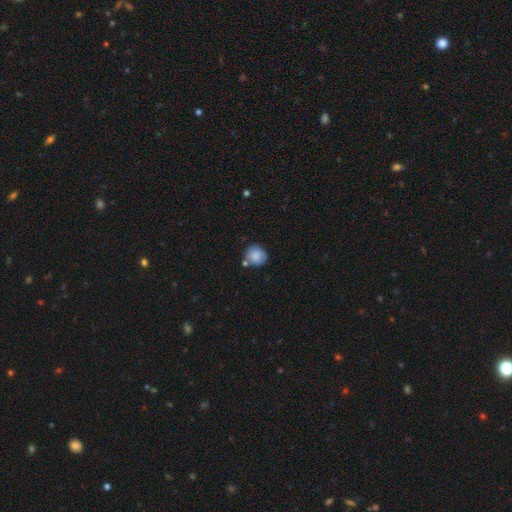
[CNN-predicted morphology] Smooth or featured?
  - smooth: 85% *
  - featured or disk: 7%
  - star or artifact: 7%
How rounded?
  - round: 82% *
  - in between: 17%
  - cigar-shaped: 1%
Merging?
  - none: 66% *
  - minor disturbance: 18%
  - merger: 13%
  - major disturbance: 4%